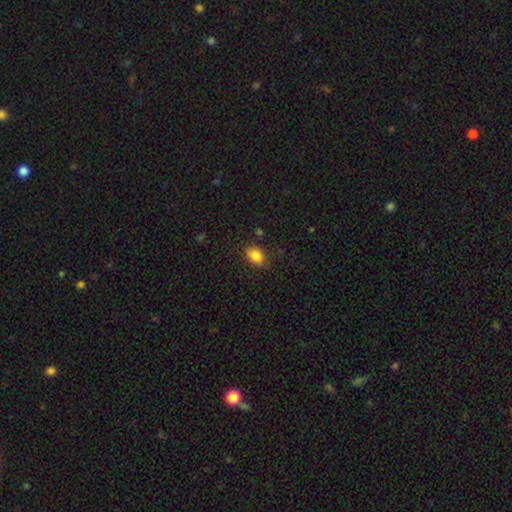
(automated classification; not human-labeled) Smooth or featured? smooth (85%)
How rounded? in between (74%)
Merging? none (83%)